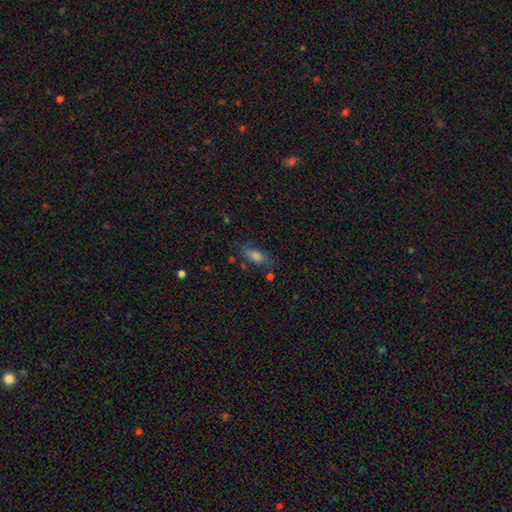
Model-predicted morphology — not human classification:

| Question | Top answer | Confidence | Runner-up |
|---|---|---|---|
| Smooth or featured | smooth | 58% | featured or disk (24%) |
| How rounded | in between | 76% | cigar-shaped (18%) |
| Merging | none | 67% | minor disturbance (20%) |